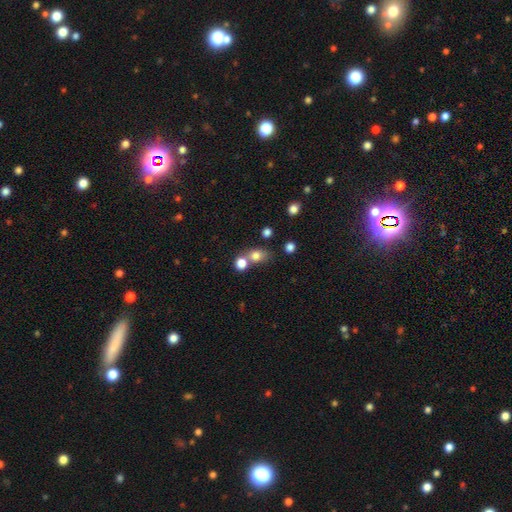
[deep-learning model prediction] Smooth or featured?
  - smooth: 78% *
  - star or artifact: 13%
  - featured or disk: 10%
How rounded?
  - round: 53% *
  - in between: 45%
  - cigar-shaped: 2%
Merging?
  - none: 48% *
  - merger: 37%
  - minor disturbance: 10%
  - major disturbance: 5%